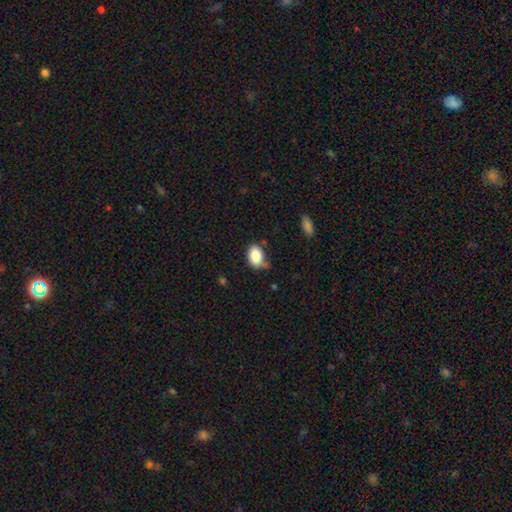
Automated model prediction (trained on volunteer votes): Overall: smooth (86%). How rounded: in between (82%). Merging: none (60%; minor disturbance 28%).